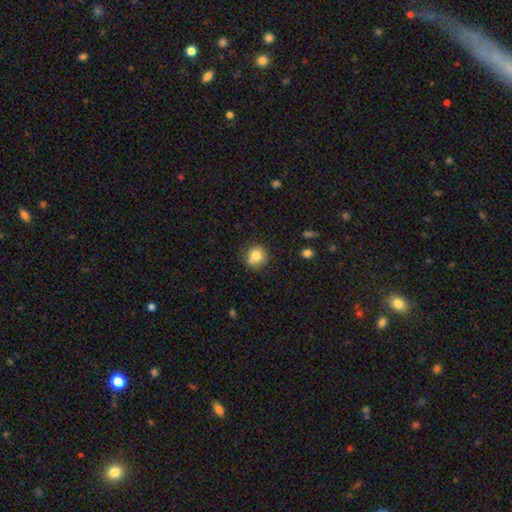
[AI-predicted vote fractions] A smooth galaxy with no disk features (80%) that is round (83%). Merging: none (75%).